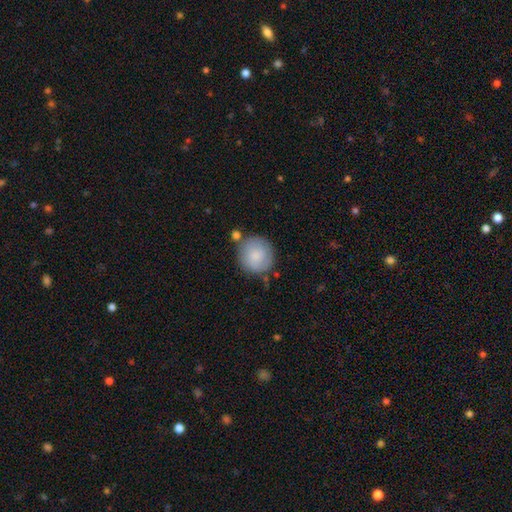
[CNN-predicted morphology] This appears to be a smooth galaxy with no disk features (70%) that is round (91%). Merging: none (70%).